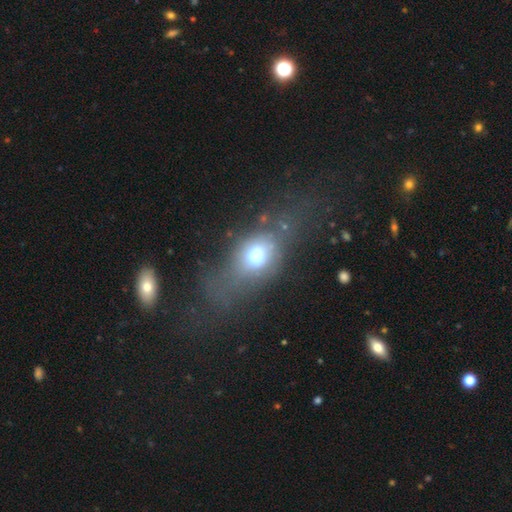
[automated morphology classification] type=smooth (62%); roundness=in between (64%); merging=none (40%).